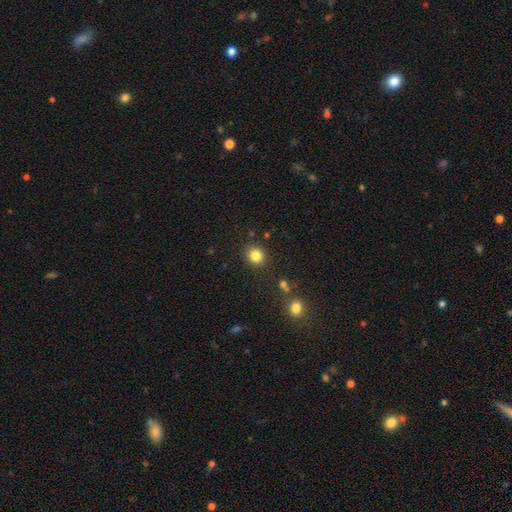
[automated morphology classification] Smooth or featured?
  - smooth: 83% *
  - star or artifact: 12%
  - featured or disk: 5%
How rounded?
  - round: 85% *
  - in between: 14%
  - cigar-shaped: 1%
Merging?
  - none: 88% *
  - minor disturbance: 7%
  - merger: 3%
  - major disturbance: 2%